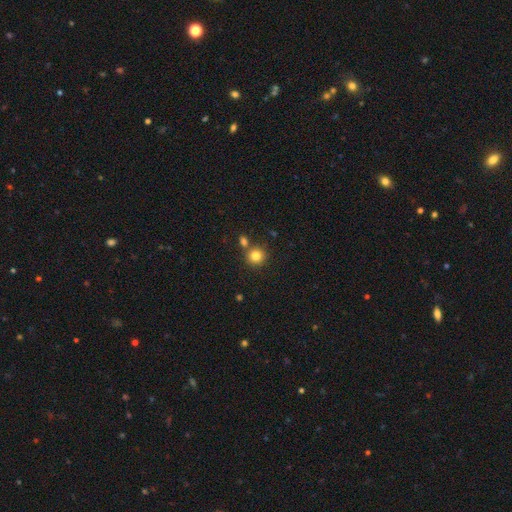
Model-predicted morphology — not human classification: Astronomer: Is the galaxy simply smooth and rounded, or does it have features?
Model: smooth — 82%.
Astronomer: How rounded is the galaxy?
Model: round — 92%.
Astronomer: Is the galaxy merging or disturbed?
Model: none — 73%.